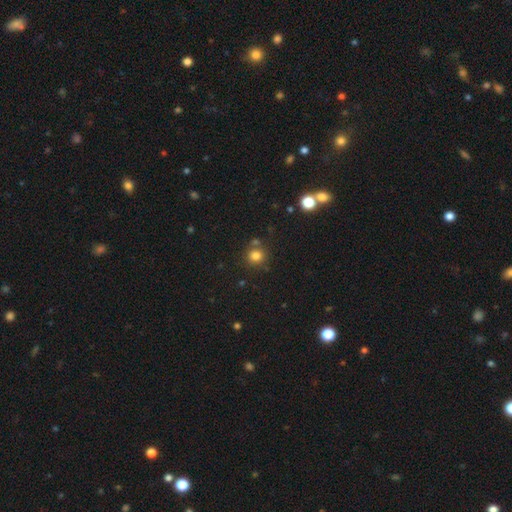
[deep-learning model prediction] smooth-or-featured: smooth: 80% | star or artifact: 14% | featured or disk: 6%
  how-rounded: round: 89% | in between: 10% | cigar-shaped: 1%
  merging: none: 75% | merger: 11% | minor disturbance: 10% | major disturbance: 3%